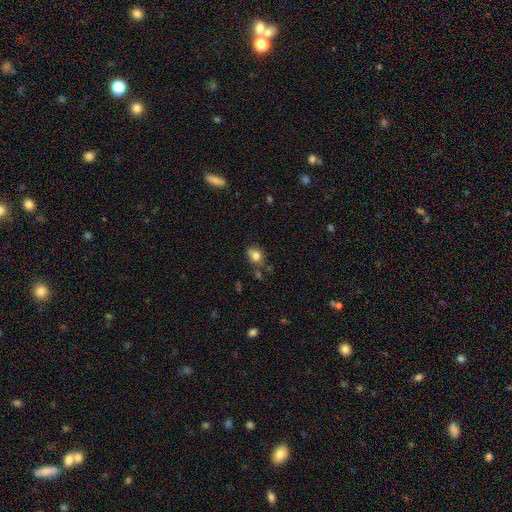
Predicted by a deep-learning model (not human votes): Overall: smooth (79%). How rounded: round (58%; in between 41%). Merging: none (64%).